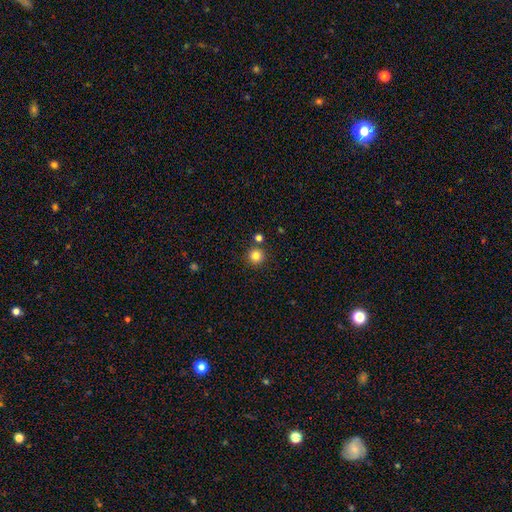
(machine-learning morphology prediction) Q: Smooth or featured?
A: smooth (83%); runner-up: star or artifact (12%)
Q: How rounded?
A: round (95%); runner-up: in between (4%)
Q: Merging?
A: none (84%); runner-up: merger (7%)